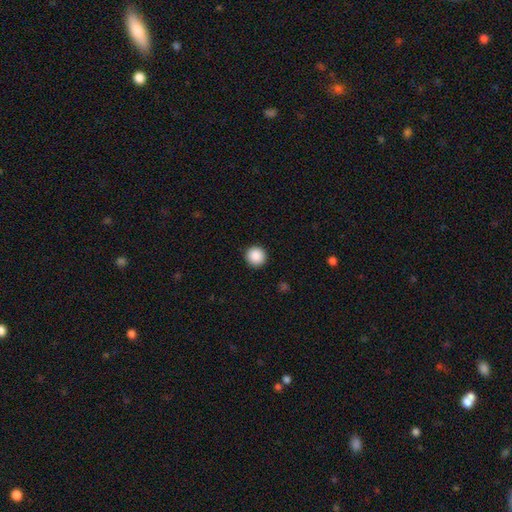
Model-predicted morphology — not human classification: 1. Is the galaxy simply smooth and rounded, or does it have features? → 89% smooth, 8% star or artifact, 3% featured or disk.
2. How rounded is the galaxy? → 96% round, 3% in between, 1% cigar-shaped.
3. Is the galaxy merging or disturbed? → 93% none, 5% minor disturbance, 2% major disturbance, 1% merger.